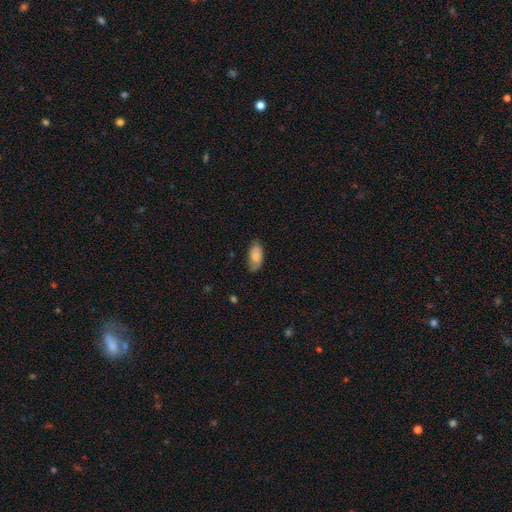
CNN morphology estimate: Smooth or featured? smooth (78%)
How rounded? in between (92%)
Merging? none (74%)